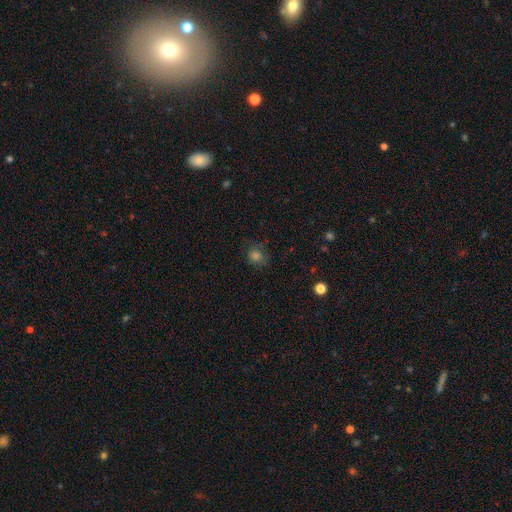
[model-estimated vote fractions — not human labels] Overall: smooth (75%). How rounded: round (82%). Merging: none (73%).